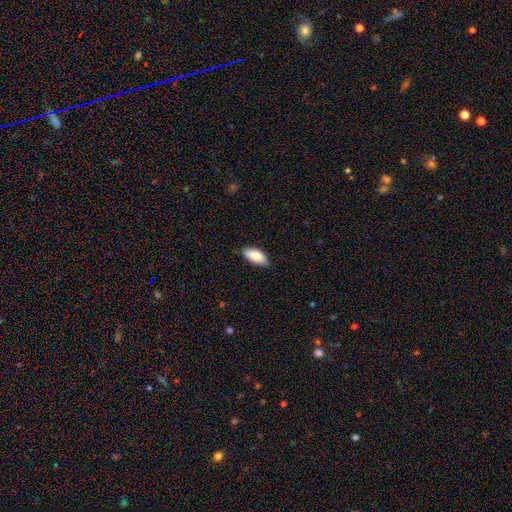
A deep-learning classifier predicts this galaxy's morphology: Overall: smooth (85%). How rounded: in between (86%). Merging: none (80%).